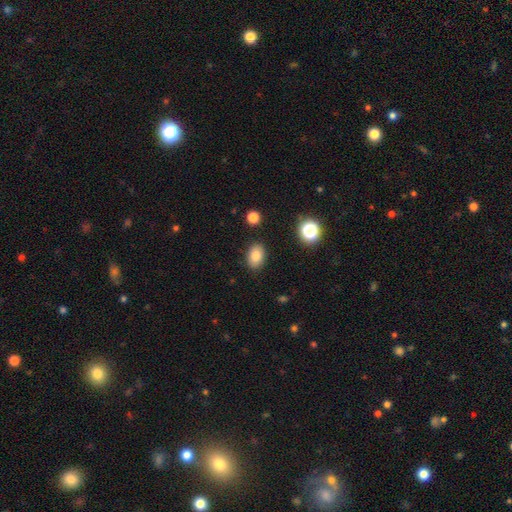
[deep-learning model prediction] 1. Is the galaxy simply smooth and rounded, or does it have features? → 84% smooth, 10% star or artifact, 6% featured or disk.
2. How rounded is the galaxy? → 83% in between, 16% round, 1% cigar-shaped.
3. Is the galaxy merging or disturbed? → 86% none, 9% minor disturbance, 3% major disturbance, 2% merger.